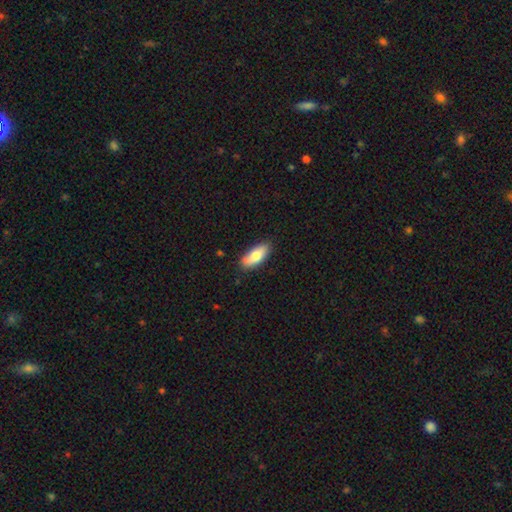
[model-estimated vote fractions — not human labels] A smooth galaxy with no disk features (76%) that is in between round and cigar-shaped (83%). Merging: none (78%).